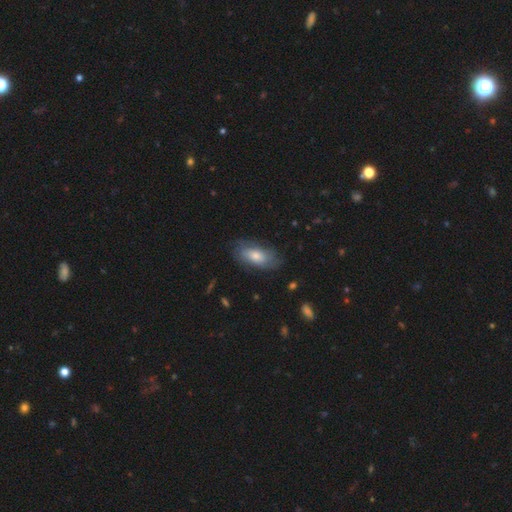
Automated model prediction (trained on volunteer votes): A smooth galaxy with no disk features (51%) that is in between round and cigar-shaped (86%).

Vote fractions:
- Smooth or featured? smooth: 51% / featured or disk: 40% / star or artifact: 8%
- How rounded? in between: 86% / cigar-shaped: 10% / round: 4%
- Merging? none: 74% / minor disturbance: 19% / major disturbance: 6% / merger: 1%